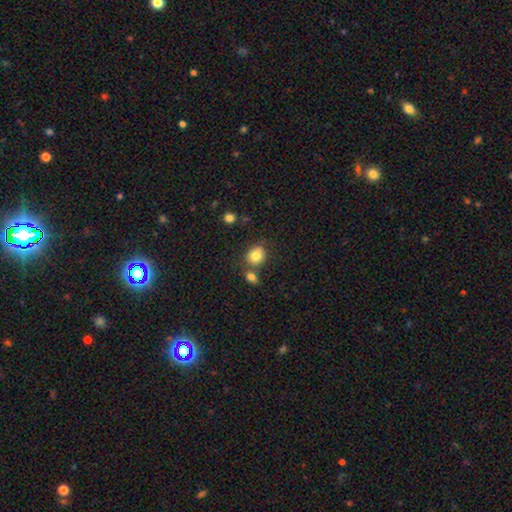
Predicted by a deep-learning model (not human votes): A smooth galaxy with no disk features (82%) that is round (67%). Merging: none (63%).